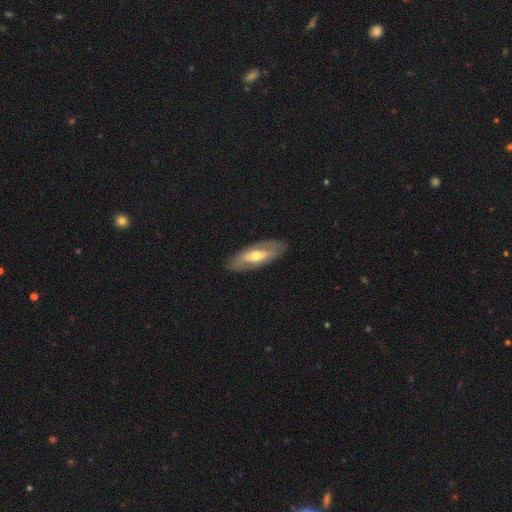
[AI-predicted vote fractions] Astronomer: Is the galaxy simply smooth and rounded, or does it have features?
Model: featured or disk — 60%.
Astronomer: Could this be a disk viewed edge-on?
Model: no — 80%.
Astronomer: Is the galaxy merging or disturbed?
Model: none — 85%.